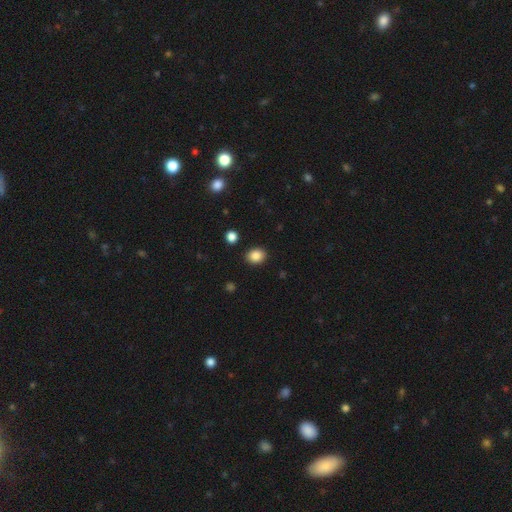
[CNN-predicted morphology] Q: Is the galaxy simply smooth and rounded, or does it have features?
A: smooth — 87%.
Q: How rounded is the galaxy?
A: round — 57%.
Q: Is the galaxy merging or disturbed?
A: none — 88%.